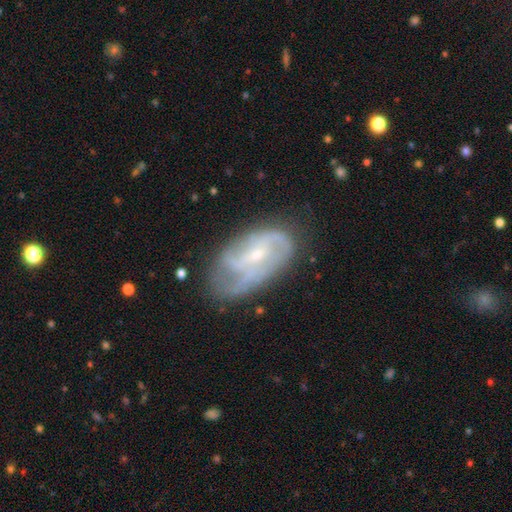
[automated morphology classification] Q: Smooth or featured?
A: featured or disk (77%); runner-up: smooth (16%)
Q: Edge-on disk?
A: no (96%); runner-up: yes (4%)
Q: Bar?
A: no (46%); runner-up: weak (43%)
Q: Spiral arms?
A: yes (88%); runner-up: no (12%)
Q: Spiral winding?
A: medium (43%); runner-up: tight (33%)
Q: Spiral arm count?
A: 2 (36%); runner-up: can't tell (30%)
Q: Bulge size?
A: small (71%); runner-up: moderate (23%)
Q: Merging?
A: none (57%); runner-up: minor disturbance (26%)